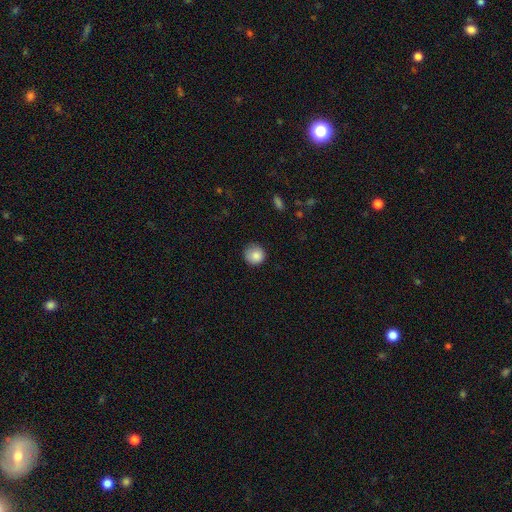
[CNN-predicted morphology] smooth 86%, star or artifact 9%, featured or disk 5%. Down the decision tree: how rounded — round (93%); merging — none (81%).